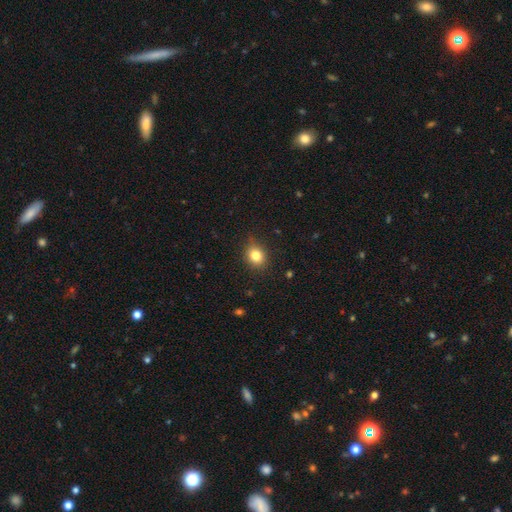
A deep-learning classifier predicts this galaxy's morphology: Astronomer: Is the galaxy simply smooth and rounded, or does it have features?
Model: smooth — 81%.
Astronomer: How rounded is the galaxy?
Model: round — 61% (runner-up: in between, 38%).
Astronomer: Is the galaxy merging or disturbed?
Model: none — 84%.